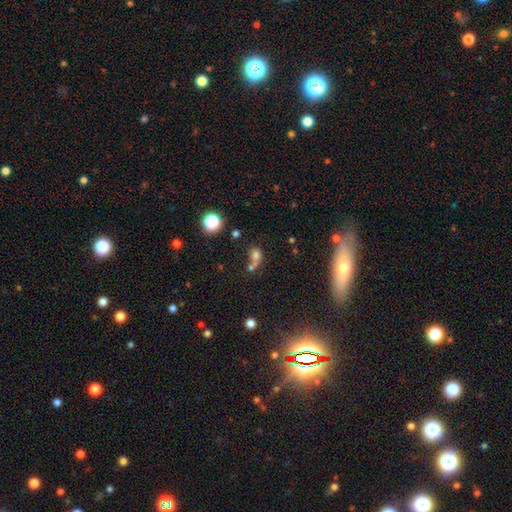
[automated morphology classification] smooth 66%, star or artifact 20%, featured or disk 15%. Down the decision tree: how rounded — round (53%); merging — merger (52%).